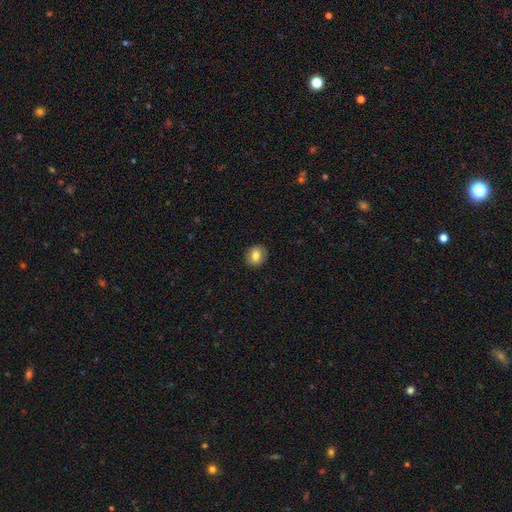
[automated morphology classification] Smooth or featured: smooth — 79% (featured or disk — 12%)
How rounded: round — 76% (in between — 23%)
Merging: none — 90% (minor disturbance — 7%)